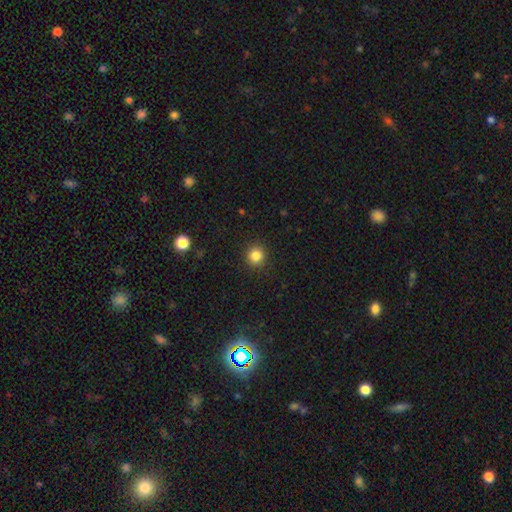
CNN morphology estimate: Smooth or featured?
  - smooth: 84% *
  - star or artifact: 12%
  - featured or disk: 5%
How rounded?
  - round: 93% *
  - in between: 6%
  - cigar-shaped: 1%
Merging?
  - none: 92% *
  - minor disturbance: 5%
  - major disturbance: 2%
  - merger: 1%